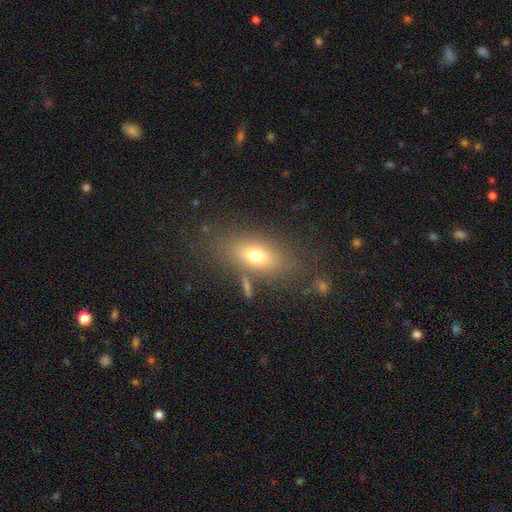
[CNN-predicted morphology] A smooth galaxy with no disk features (69%) that is in between round and cigar-shaped (77%). Merging: none (77%).